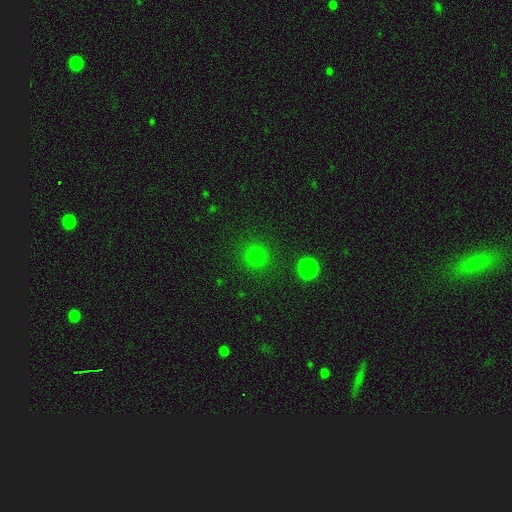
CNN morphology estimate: This appears to be a smooth galaxy with no disk features (78%) that is round (92%). Merging: none (87%).